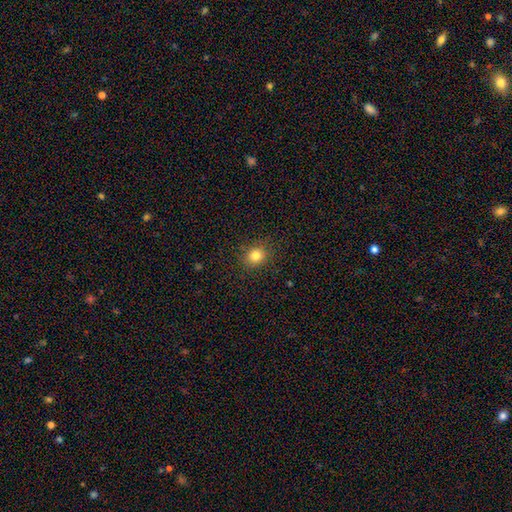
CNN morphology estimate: smooth 81%, star or artifact 12%, featured or disk 6%. Down the decision tree: how rounded — round (73%); merging — none (88%).